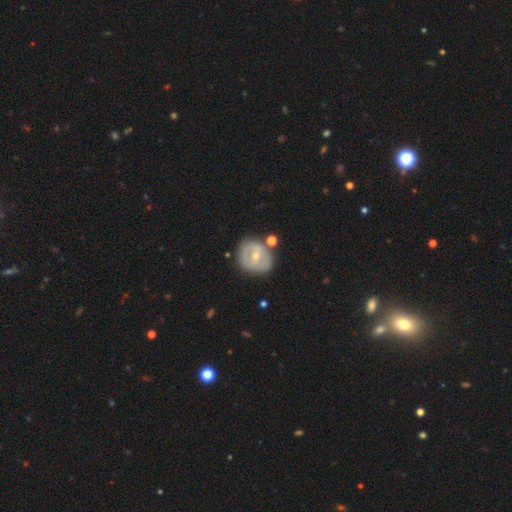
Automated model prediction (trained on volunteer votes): The model was most divided on "bar": weak: 43%, no: 37%, strong: 20%. More confident: edge-on disk — no (96%); merging — none (71%); smooth or featured — featured or disk (60%); spiral arms — no (58%); bulge size — small (52%).